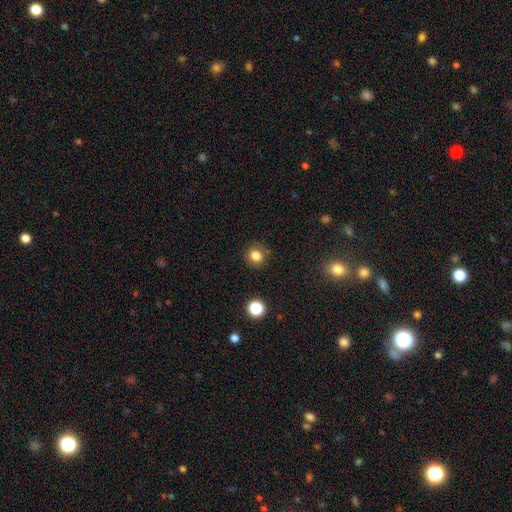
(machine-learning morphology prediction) smooth-or-featured: smooth: 82% | star or artifact: 12% | featured or disk: 6%
  how-rounded: round: 77% | in between: 22% | cigar-shaped: 1%
  merging: none: 84% | minor disturbance: 11% | major disturbance: 3% | merger: 2%